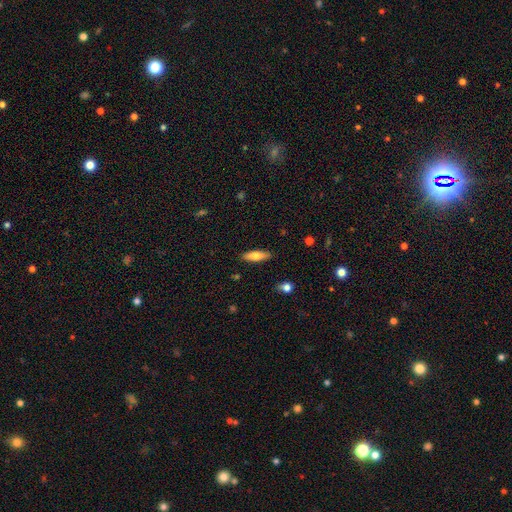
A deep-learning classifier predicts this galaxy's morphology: A smooth galaxy with no disk features (72%) that is cigar-shaped (50%).

Vote fractions:
- Smooth or featured? smooth: 72% / featured or disk: 21% / star or artifact: 7%
- How rounded? cigar-shaped: 50% / in between: 48% / round: 2%
- Merging? none: 88% / minor disturbance: 9% / major disturbance: 2% / merger: 1%